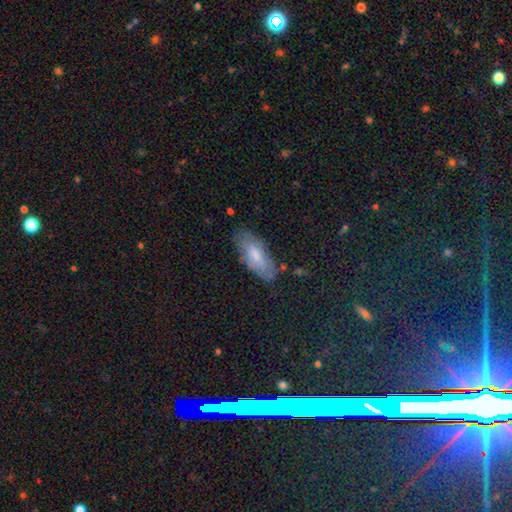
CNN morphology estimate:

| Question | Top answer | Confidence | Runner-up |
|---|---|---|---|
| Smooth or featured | smooth | 68% | featured or disk (24%) |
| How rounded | in between | 80% | cigar-shaped (18%) |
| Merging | none | 75% | minor disturbance (19%) |